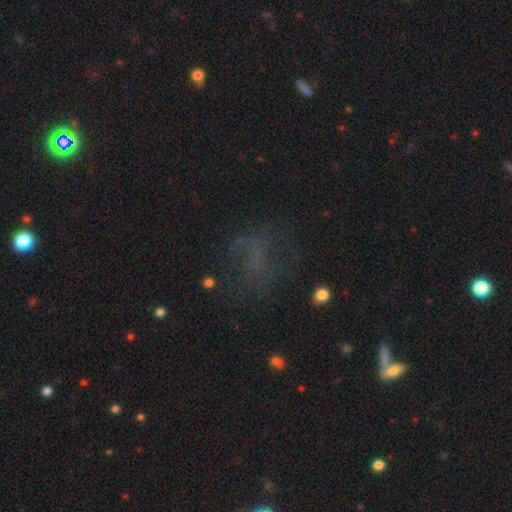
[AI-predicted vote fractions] Smooth or featured? star or artifact (41%)